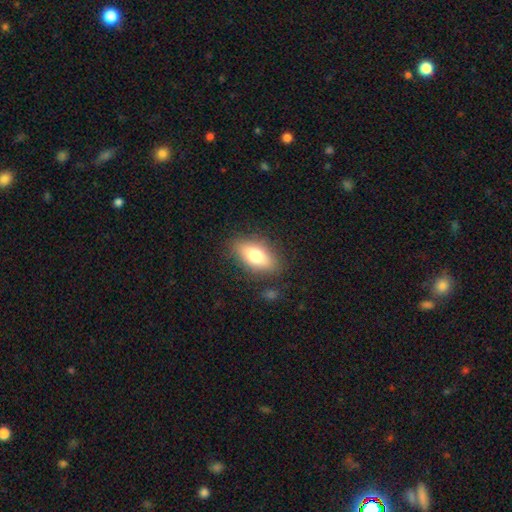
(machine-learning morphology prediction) Smooth or featured? smooth (74%)
How rounded? in between (84%)
Merging? none (82%)